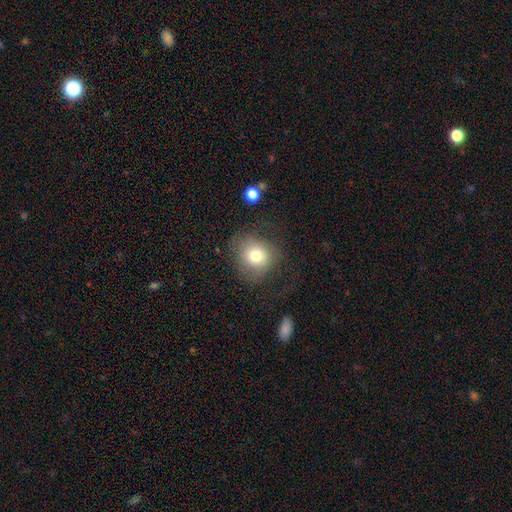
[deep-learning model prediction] smooth-or-featured: smooth: 74% | featured or disk: 15% | star or artifact: 11%
  how-rounded: round: 84% | in between: 15% | cigar-shaped: 1%
  merging: none: 62% | minor disturbance: 18% | major disturbance: 17% | merger: 2%